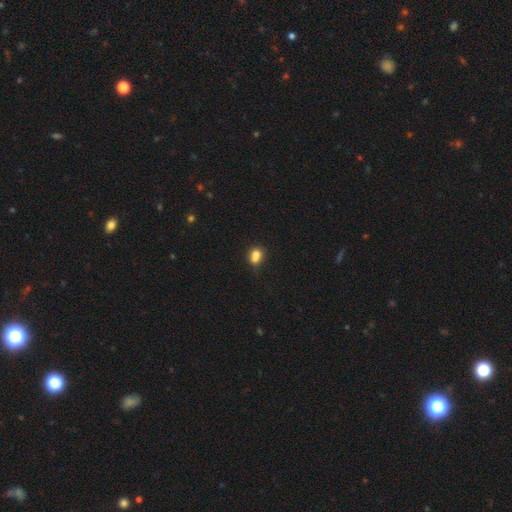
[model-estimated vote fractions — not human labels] Smooth or featured?
  - smooth: 76% *
  - featured or disk: 13%
  - star or artifact: 11%
How rounded?
  - round: 55% *
  - in between: 44%
  - cigar-shaped: 1%
Merging?
  - merger: 45% *
  - none: 37%
  - minor disturbance: 14%
  - major disturbance: 5%